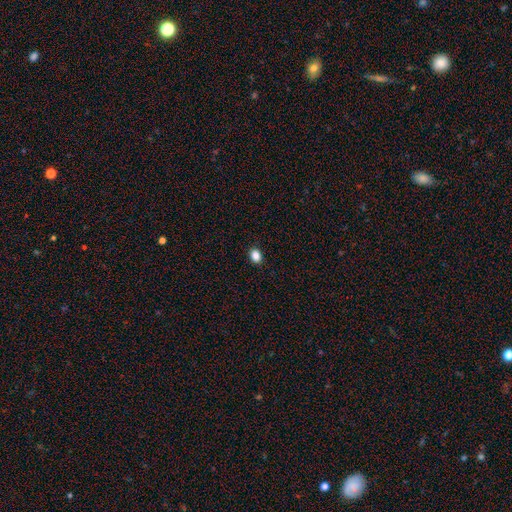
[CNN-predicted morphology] smooth 86%, star or artifact 10%, featured or disk 3%. Down the decision tree: how rounded — in between (63%); merging — none (90%).